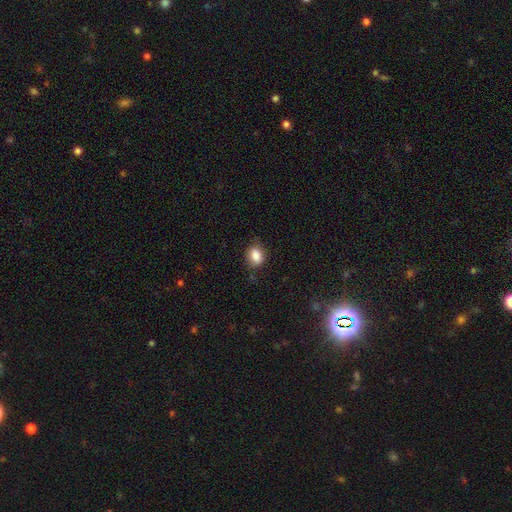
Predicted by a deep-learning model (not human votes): This is clearly a smooth galaxy (85%). How rounded: likely in between (63%). Merging: likely none (77%).